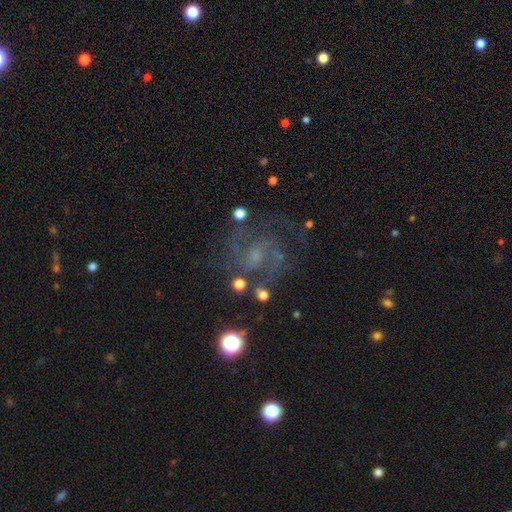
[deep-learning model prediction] smooth-or-featured: featured or disk: 78% | star or artifact: 13% | smooth: 9%
  disk-edge-on: no: 98% | yes: 2%
    bar: no: 47% | weak: 43% | strong: 10%
    has-spiral-arms: yes: 94% | no: 6%
      spiral-winding: medium: 52% | tight: 33% | loose: 15%
      spiral-arm-count: 2: 54% | can't tell: 17% | 3: 16% | 4: 5% | 1: 4% | more than 4: 4%
    bulge-size: small: 48% | none: 24% | moderate: 24% | large: 3% | dominant: 1%
  merging: none: 68% | minor disturbance: 16% | major disturbance: 13% | merger: 4%